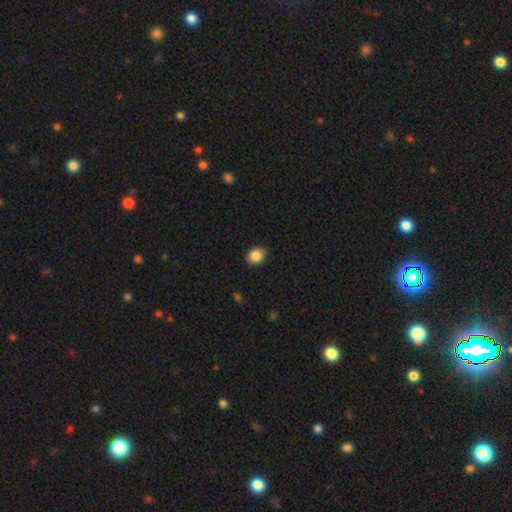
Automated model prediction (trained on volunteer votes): This is clearly a smooth galaxy (87%). How rounded: possibly round (50%). Merging: clearly none (84%).